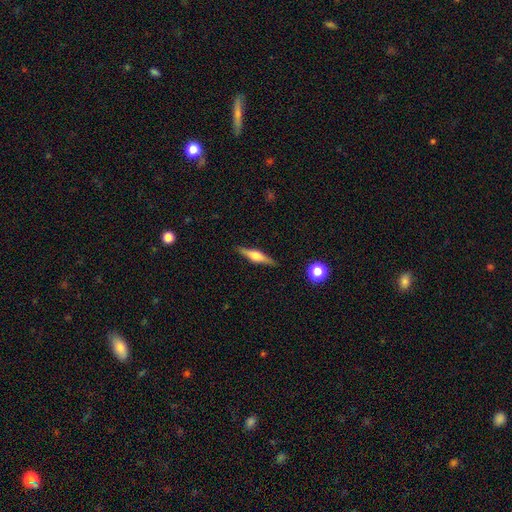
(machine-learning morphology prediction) Smooth or featured? Predicted: featured or disk (p=0.65). Edge-on disk? Predicted: yes (p=0.97). Edge-on bulge? Predicted: rounded (p=0.86). Merging? Predicted: none (p=0.89).